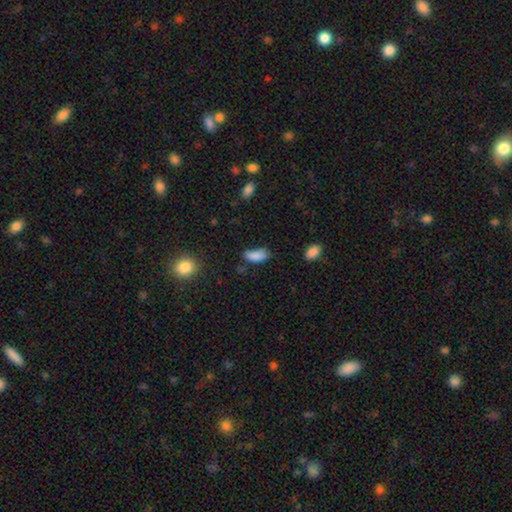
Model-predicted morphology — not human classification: smooth-or-featured: smooth: 86% | star or artifact: 9% | featured or disk: 6%
  how-rounded: in between: 85% | cigar-shaped: 12% | round: 3%
  merging: none: 54% | minor disturbance: 33% | major disturbance: 9% | merger: 4%